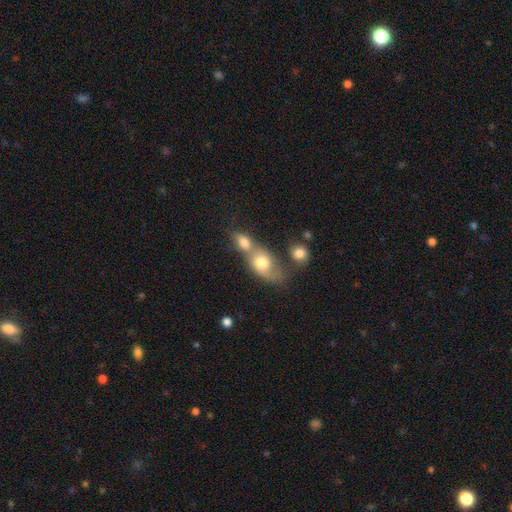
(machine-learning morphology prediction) smooth-or-featured: smooth: 51% | featured or disk: 35% | star or artifact: 14%
  how-rounded: in between: 57% | round: 34% | cigar-shaped: 10%
  merging: merger: 63% | none: 22% | minor disturbance: 8% | major disturbance: 7%